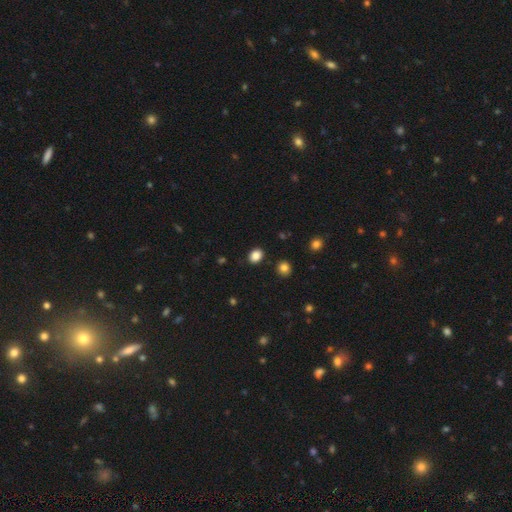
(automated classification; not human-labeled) This appears to be a smooth galaxy with no disk features (86%) that is in between round and cigar-shaped (59%). Merging: none (88%).